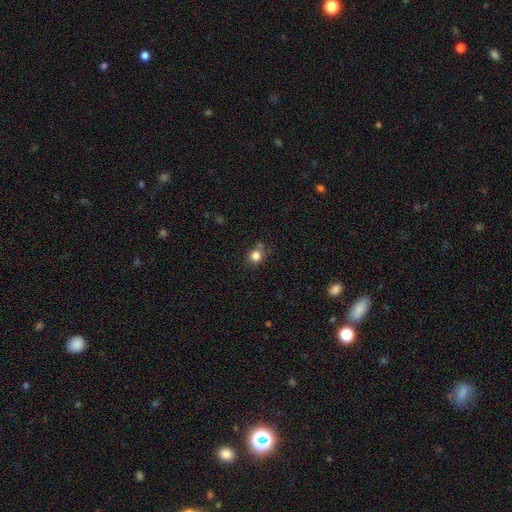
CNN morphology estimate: Smooth or featured? smooth (82%)
How rounded? round (78%)
Merging? none (65%)